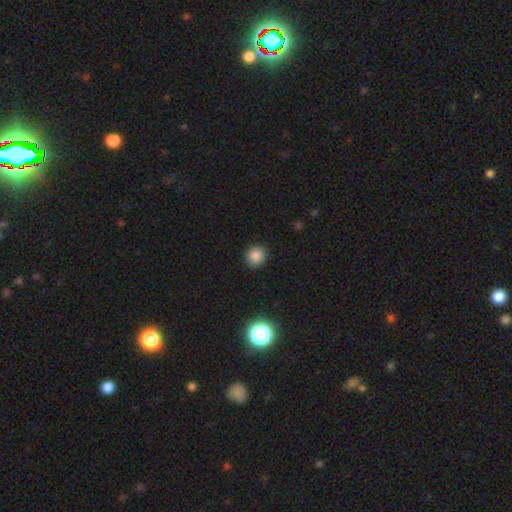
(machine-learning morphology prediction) This appears to be a smooth galaxy with no disk features (84%) that is round (90%). Merging: none (90%).